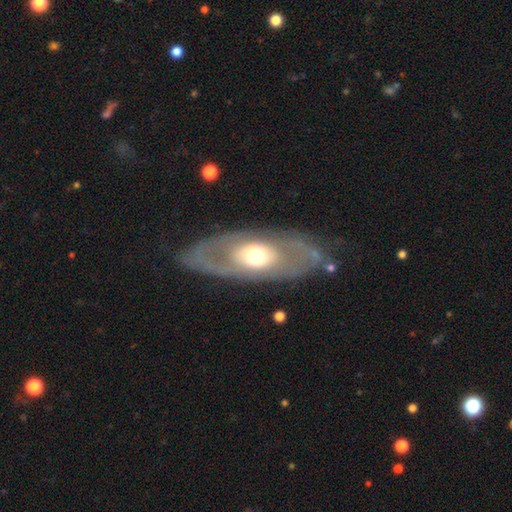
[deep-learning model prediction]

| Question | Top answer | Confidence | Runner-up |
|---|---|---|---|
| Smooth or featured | featured or disk | 62% | smooth (32%) |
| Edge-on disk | no | 85% | yes (15%) |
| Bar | no | 84% | weak (11%) |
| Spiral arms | no | 74% | yes (26%) |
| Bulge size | moderate | 61% | large (21%) |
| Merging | none | 78% | minor disturbance (12%) |